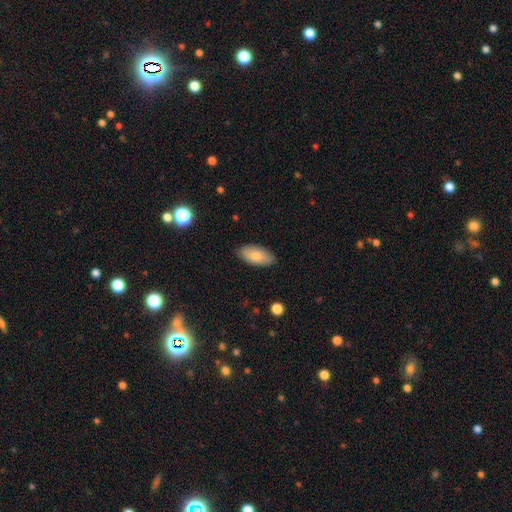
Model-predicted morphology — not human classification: smooth_or_featured: smooth (p=0.78) [alt: featured or disk p=0.16]
how_rounded: in between (p=0.93) [alt: cigar-shaped p=0.04]
merging: none (p=0.84) [alt: minor disturbance p=0.12]